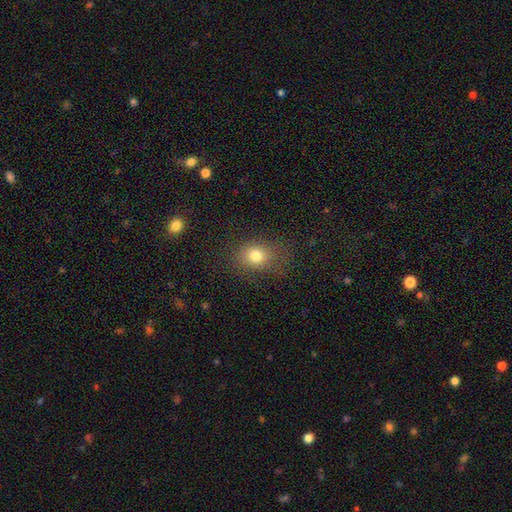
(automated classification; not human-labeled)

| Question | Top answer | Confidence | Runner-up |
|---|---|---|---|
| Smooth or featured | smooth | 76% | star or artifact (14%) |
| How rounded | round | 52% | in between (47%) |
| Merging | none | 72% | minor disturbance (17%) |